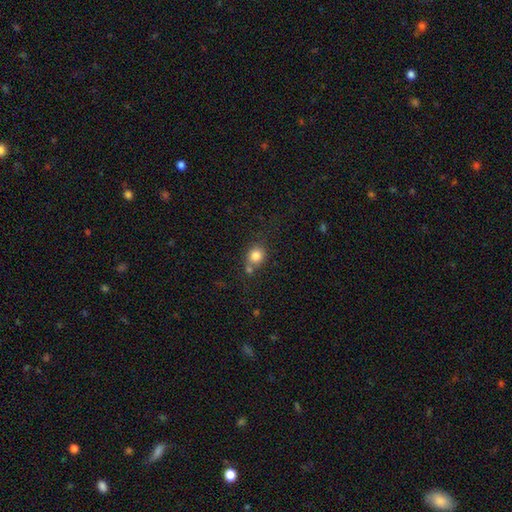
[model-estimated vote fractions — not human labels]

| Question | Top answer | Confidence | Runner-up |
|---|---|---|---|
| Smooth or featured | smooth | 82% | star or artifact (11%) |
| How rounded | round | 77% | in between (22%) |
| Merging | none | 58% | merger (24%) |